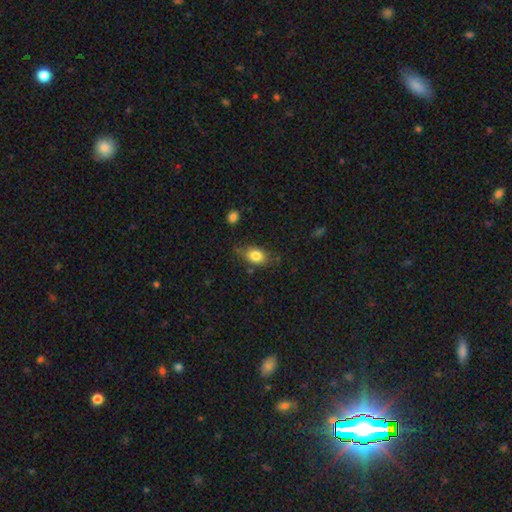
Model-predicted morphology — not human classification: Q: Smooth or featured?
A: smooth (81%); runner-up: featured or disk (10%)
Q: How rounded?
A: in between (79%); runner-up: round (18%)
Q: Merging?
A: none (71%); runner-up: minor disturbance (21%)